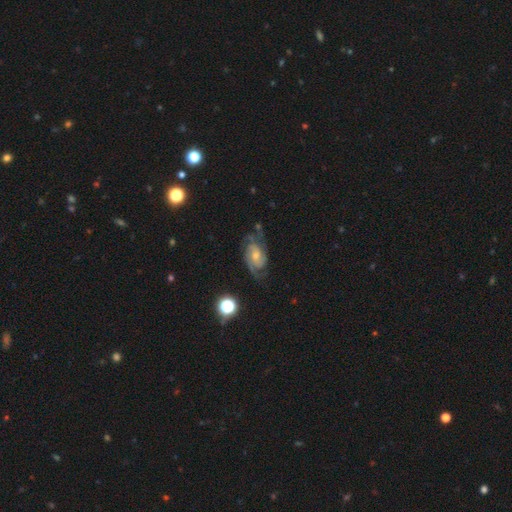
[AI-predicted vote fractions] Smooth or featured?
  - featured or disk: 82% *
  - smooth: 11%
  - star or artifact: 7%
Edge-on disk?
  - no: 97% *
  - yes: 3%
Bar?
  - no: 58% *
  - weak: 35%
  - strong: 7%
Spiral arms?
  - yes: 96% *
  - no: 4%
Spiral winding?
  - medium: 47% *
  - tight: 37%
  - loose: 16%
Spiral arm count?
  - 2: 69% *
  - can't tell: 12%
  - 3: 10%
  - 1: 3%
  - 4: 3%
  - more than 4: 2%
Bulge size?
  - small: 49% *
  - moderate: 42%
  - none: 4%
  - large: 4%
  - dominant: 1%
Merging?
  - none: 63% *
  - minor disturbance: 21%
  - major disturbance: 13%
  - merger: 2%